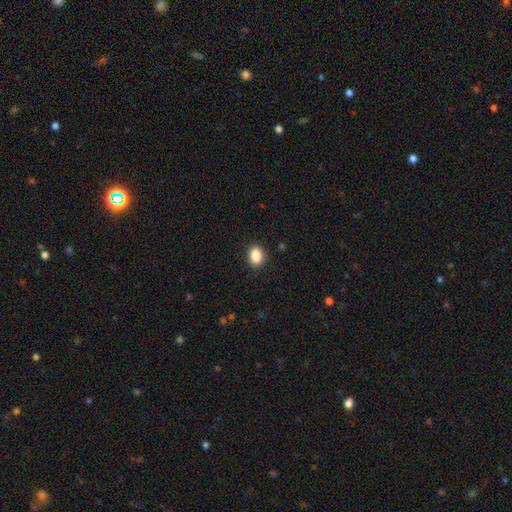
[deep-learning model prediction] A smooth galaxy with no disk features (88%) that is in between round and cigar-shaped (73%).

Vote fractions:
- Smooth or featured? smooth: 88% / star or artifact: 8% / featured or disk: 4%
- How rounded? in between: 73% / round: 26% / cigar-shaped: 1%
- Merging? none: 89% / minor disturbance: 8% / major disturbance: 2% / merger: 1%